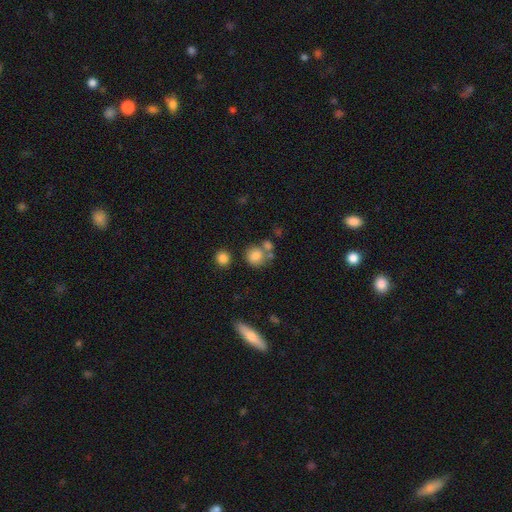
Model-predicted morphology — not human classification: Q: Smooth or featured?
A: smooth (80%); runner-up: star or artifact (11%)
Q: How rounded?
A: round (82%); runner-up: in between (17%)
Q: Merging?
A: none (54%); runner-up: merger (26%)